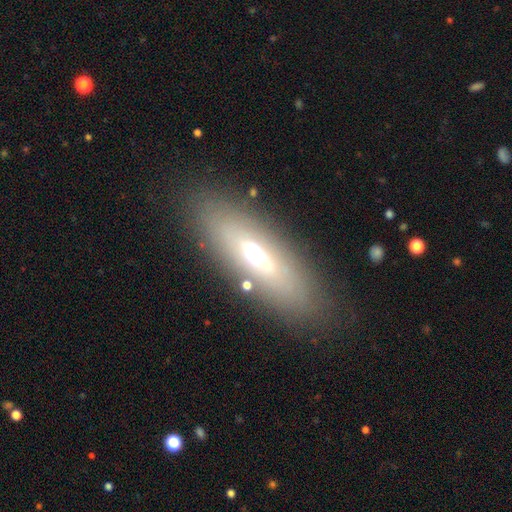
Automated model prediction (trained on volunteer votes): smooth 45% (tied), featured or disk 45% (tied), star or artifact 10%. Down the decision tree: merging — none (80%).